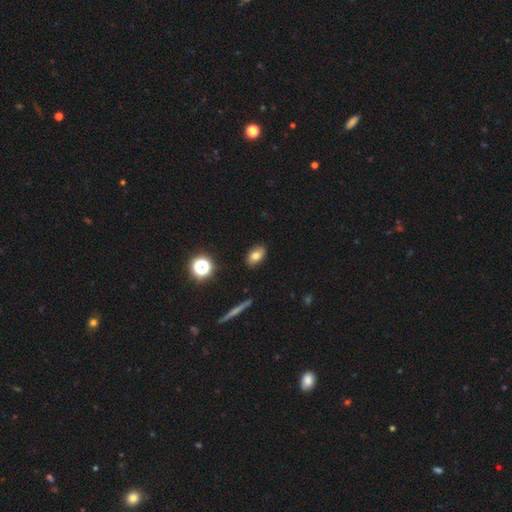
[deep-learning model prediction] smooth-or-featured: smooth: 75% | featured or disk: 12% | star or artifact: 12%
  how-rounded: in between: 85% | round: 12% | cigar-shaped: 3%
  merging: none: 88% | minor disturbance: 8% | major disturbance: 2% | merger: 1%